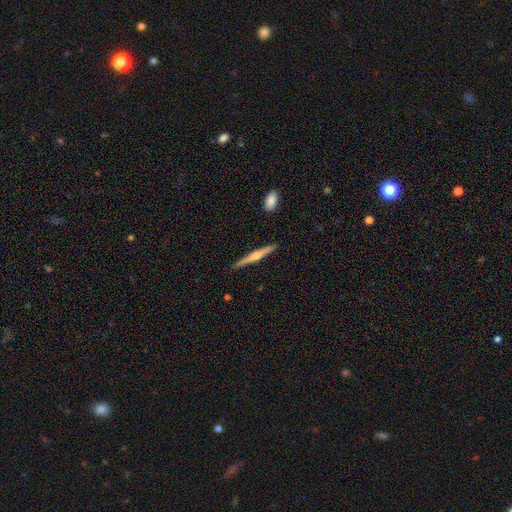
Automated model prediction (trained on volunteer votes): smooth_or_featured: featured or disk (p=0.58) [alt: smooth p=0.37]
disk_edge_on: yes (p=0.98) [alt: no p=0.02]
edge_on_bulge: rounded (p=0.69) [alt: none p=0.17]
merging: none (p=0.89) [alt: minor disturbance p=0.08]